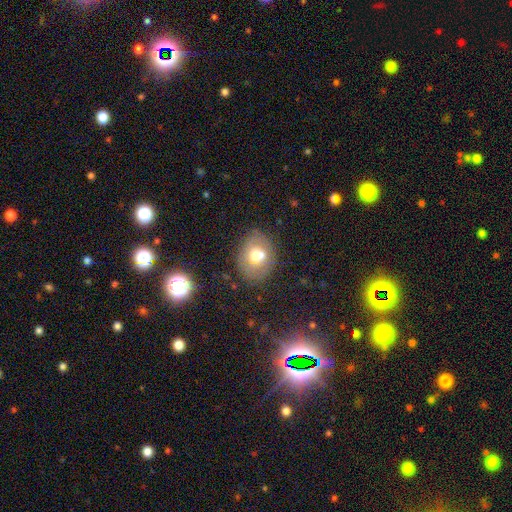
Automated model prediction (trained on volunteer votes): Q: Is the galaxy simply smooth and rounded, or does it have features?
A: smooth — 65%.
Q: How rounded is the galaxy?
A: in between — 52%.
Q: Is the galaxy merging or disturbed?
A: none — 55%.